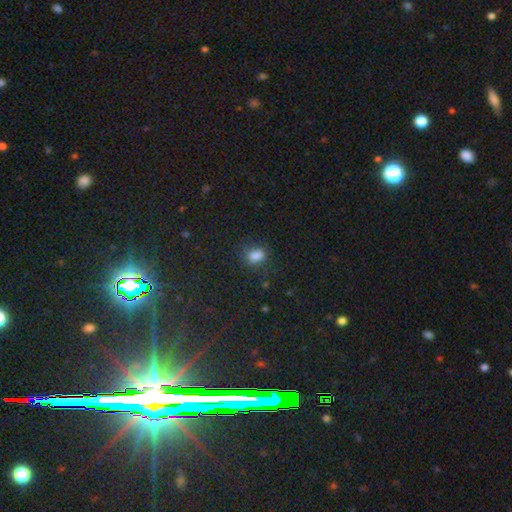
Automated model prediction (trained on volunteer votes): The model was most divided on "how rounded": in between: 61%, round: 37%, cigar-shaped: 2%. More confident: smooth or featured — smooth (80%); merging — none (74%).